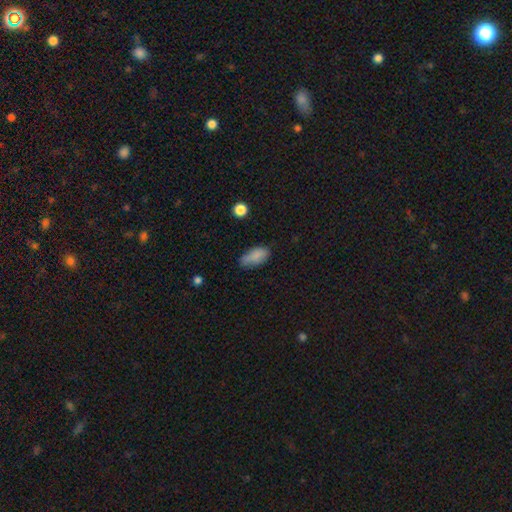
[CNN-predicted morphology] Q: Smooth or featured?
A: smooth (83%); runner-up: star or artifact (9%)
Q: How rounded?
A: in between (89%); runner-up: cigar-shaped (7%)
Q: Merging?
A: none (63%); runner-up: minor disturbance (28%)